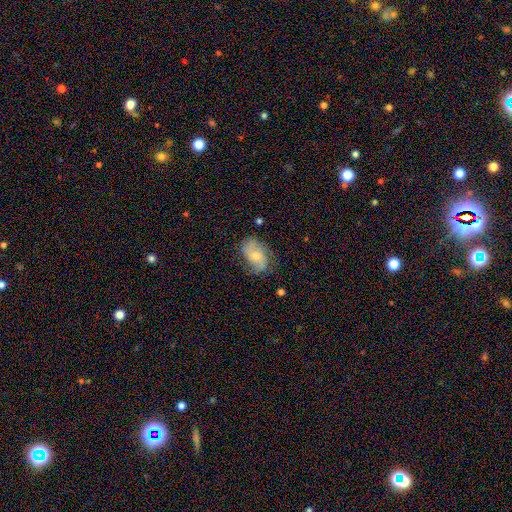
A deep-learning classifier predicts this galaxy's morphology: type=featured or disk (53%); edge-on=no (96%); bar=no (57%); spiral arms=yes (83%); bulge=small (52%); merging=none (63%).